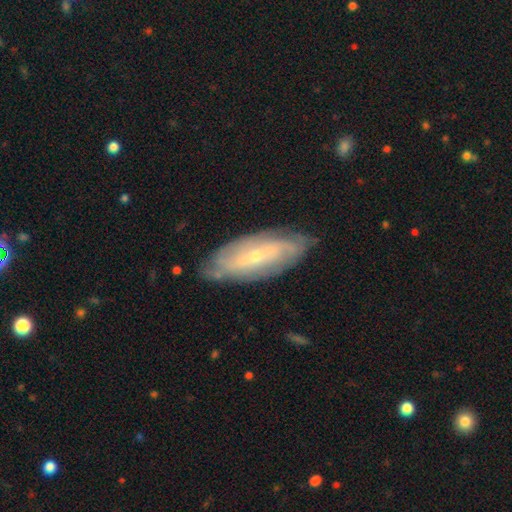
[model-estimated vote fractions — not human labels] smooth-or-featured: featured or disk: 78% | smooth: 17% | star or artifact: 6%
  disk-edge-on: no: 86% | yes: 14%
    bar: weak: 38% | strong: 36% | no: 26%
    has-spiral-arms: yes: 85% | no: 15%
      spiral-winding: tight: 51% | medium: 33% | loose: 16%
      spiral-arm-count: can't tell: 40% (tied) | 2: 40% (tied) | 3: 8% | 4: 6% | 1: 3% | more than 4: 3%
    bulge-size: small: 74% | moderate: 23% | none: 1% | large: 1% | dominant: 1%
  merging: none: 77% | minor disturbance: 18% | major disturbance: 4% | merger: 1%